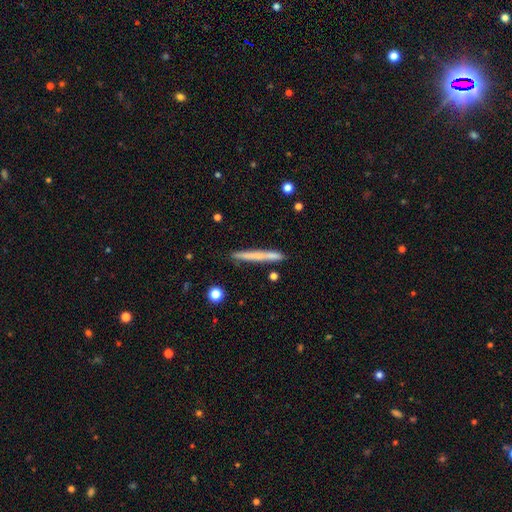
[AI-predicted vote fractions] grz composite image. It shows a smooth galaxy with no disk features (61%) that is cigar-shaped (97%). Merging: none (84%).